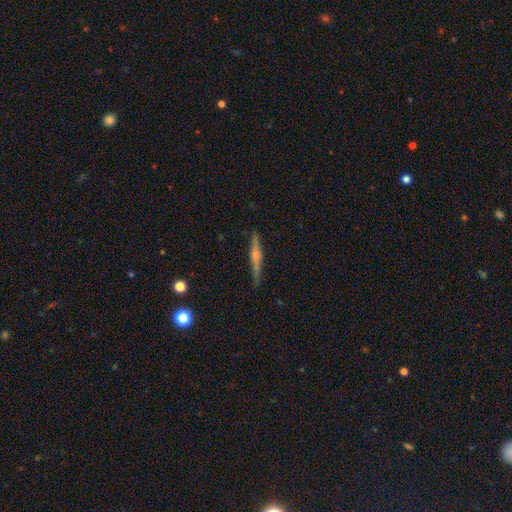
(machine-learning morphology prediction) A featured or disk galaxy (71%) viewed edge-on (98%) with a rounded central bulge (80%).

Vote fractions:
- Smooth or featured? featured or disk: 71% / smooth: 23% / star or artifact: 7%
- Edge-on disk? yes: 98% / no: 2%
- Edge-on bulge? rounded: 80% / none: 10% / boxy: 10%
- Merging? none: 89% / minor disturbance: 8% / major disturbance: 2% / merger: 1%